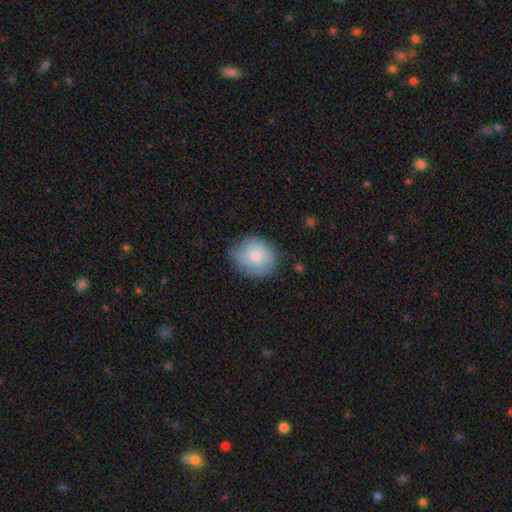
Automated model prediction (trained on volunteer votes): Morphology: type=smooth (73%); roundness=round (67%); merging=none (65%).